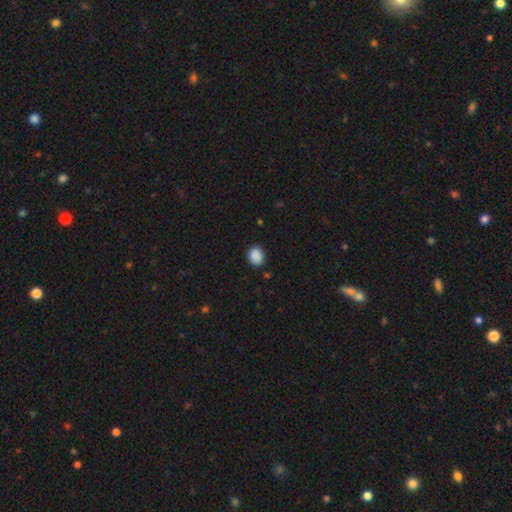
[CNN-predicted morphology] Q: Smooth or featured?
A: smooth (89%); runner-up: star or artifact (8%)
Q: How rounded?
A: round (55%); runner-up: in between (44%)
Q: Merging?
A: none (85%); runner-up: minor disturbance (11%)